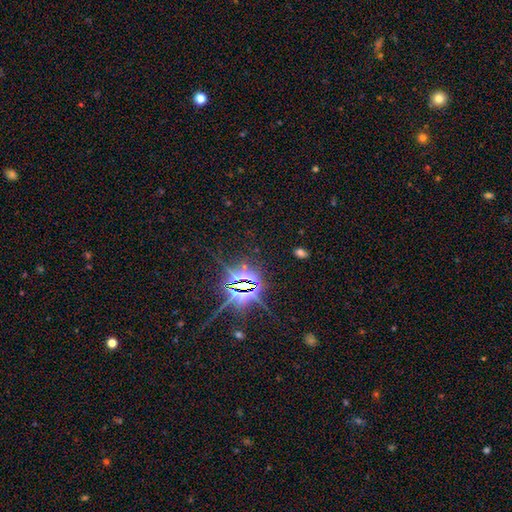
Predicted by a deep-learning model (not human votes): A star or artifact, not a galaxy (86%).